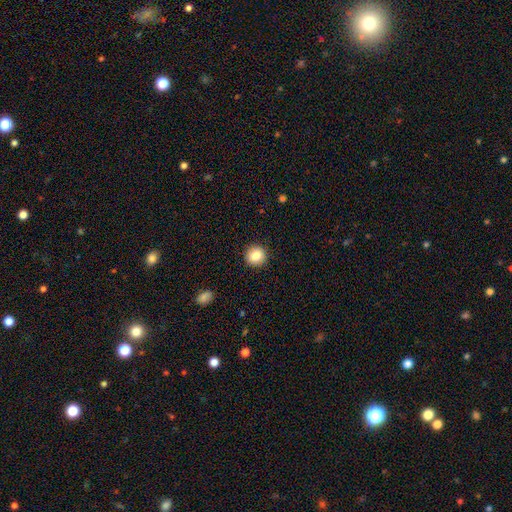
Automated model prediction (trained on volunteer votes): smooth 86%, star or artifact 9%, featured or disk 5%. Down the decision tree: how rounded — round (92%); merging — none (92%).